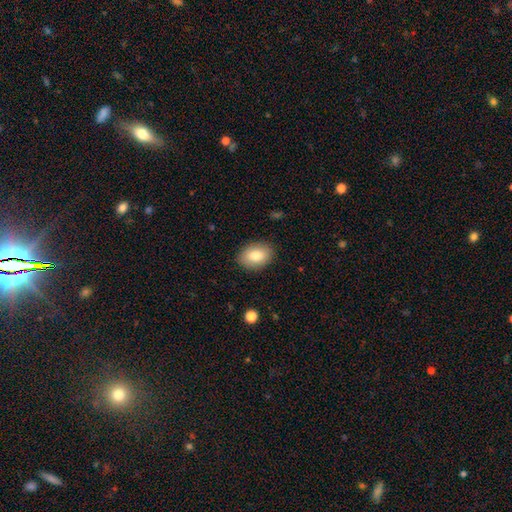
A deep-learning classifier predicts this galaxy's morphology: Overall: smooth (81%). How rounded: in between (81%). Merging: none (88%).